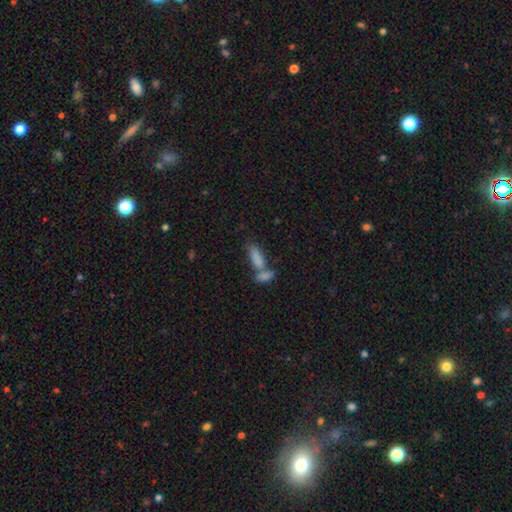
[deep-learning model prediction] Q: Smooth or featured?
A: smooth (75%); runner-up: featured or disk (12%)
Q: How rounded?
A: in between (59%); runner-up: cigar-shaped (38%)
Q: Merging?
A: merger (54%); runner-up: none (34%)